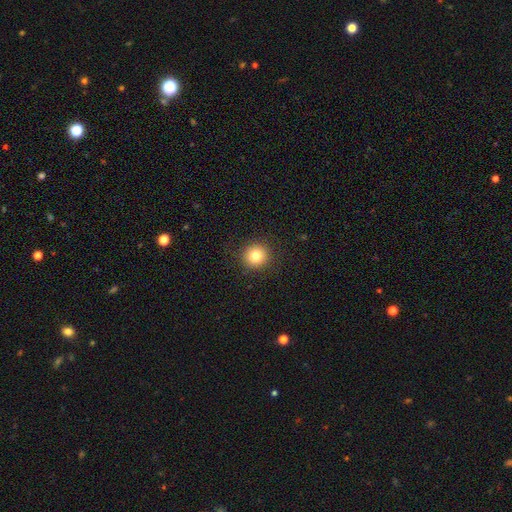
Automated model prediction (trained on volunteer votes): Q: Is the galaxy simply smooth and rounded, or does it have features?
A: smooth — 82%.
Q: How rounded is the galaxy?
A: round — 93%.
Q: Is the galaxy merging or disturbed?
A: none — 91%.